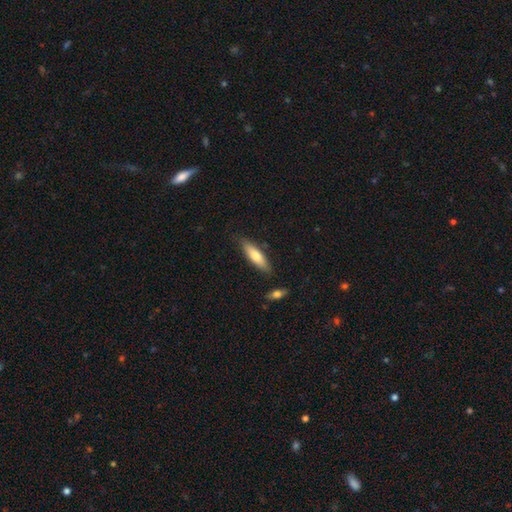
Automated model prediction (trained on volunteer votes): Morphology: type=smooth (69%); roundness=cigar-shaped (59%); merging=none (81%).